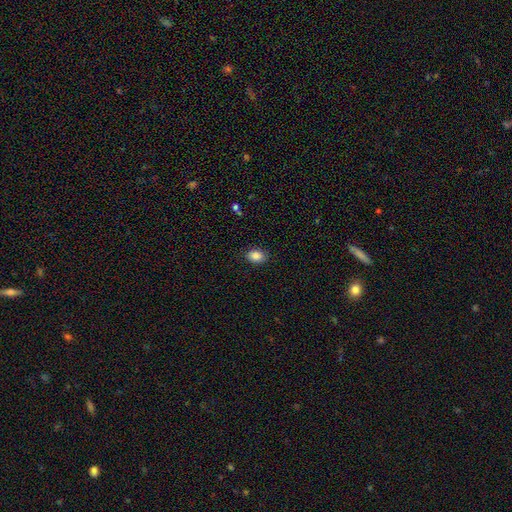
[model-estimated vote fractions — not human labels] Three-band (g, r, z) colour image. It shows a smooth galaxy with no disk features (88%) that is in between round and cigar-shaped (74%). Merging: none (86%).